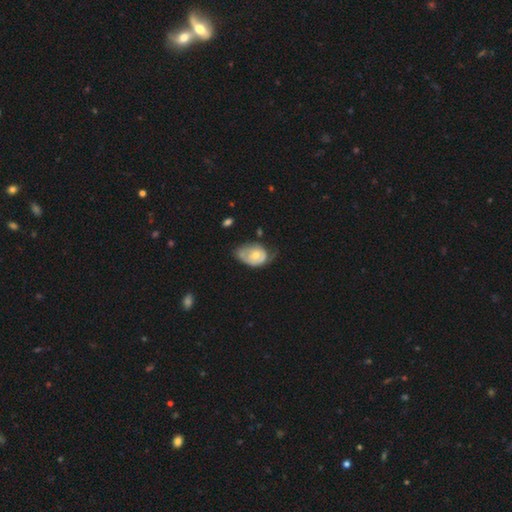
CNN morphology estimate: A featured or disk galaxy (49%). Merging: minor disturbance (41%).